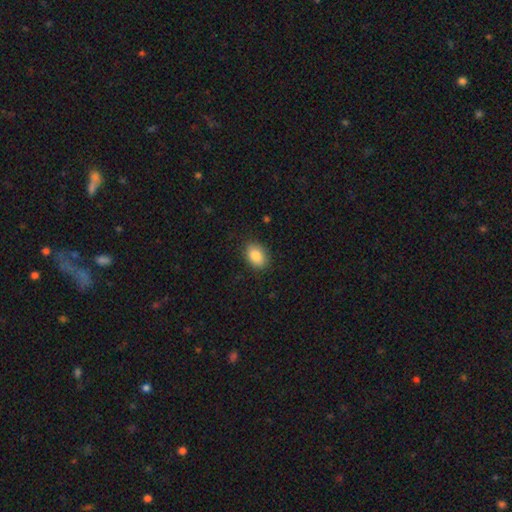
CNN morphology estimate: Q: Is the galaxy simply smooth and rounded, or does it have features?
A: smooth — 86%.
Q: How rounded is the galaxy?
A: in between — 82%.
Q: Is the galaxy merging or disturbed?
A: none — 87%.